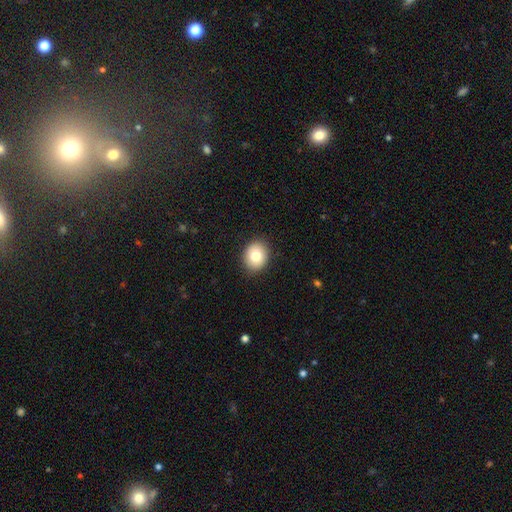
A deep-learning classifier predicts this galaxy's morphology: The model was most divided on "how rounded": round: 53%, in between: 46%, cigar-shaped: 1%. More confident: merging — none (90%); smooth or featured — smooth (81%).